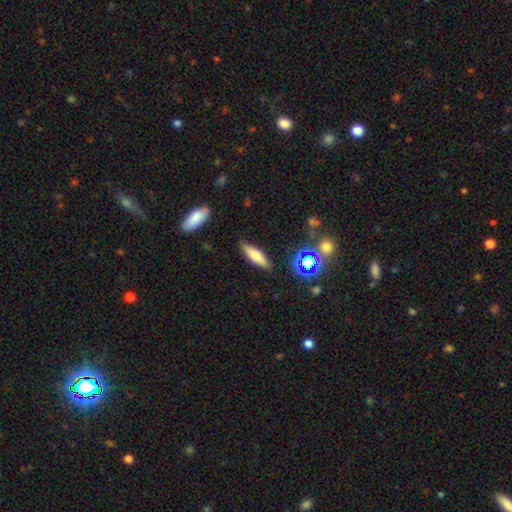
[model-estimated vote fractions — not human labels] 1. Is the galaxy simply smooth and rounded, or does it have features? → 63% smooth, 27% featured or disk, 10% star or artifact.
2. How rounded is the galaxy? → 61% cigar-shaped, 36% in between, 2% round.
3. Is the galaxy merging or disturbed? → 85% none, 11% minor disturbance, 3% major disturbance, 2% merger.